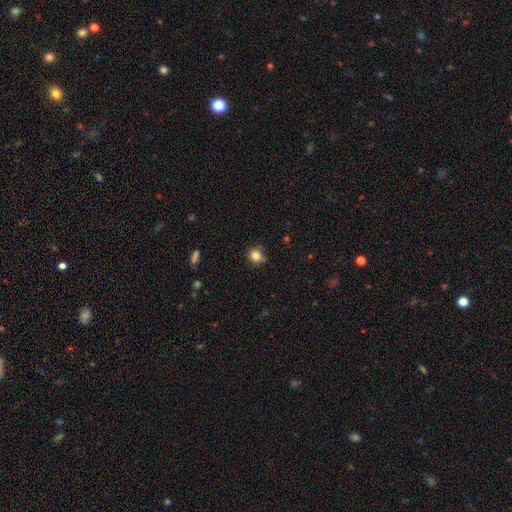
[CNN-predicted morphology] A smooth galaxy with no disk features (82%) that is round (87%). Merging: none (77%).